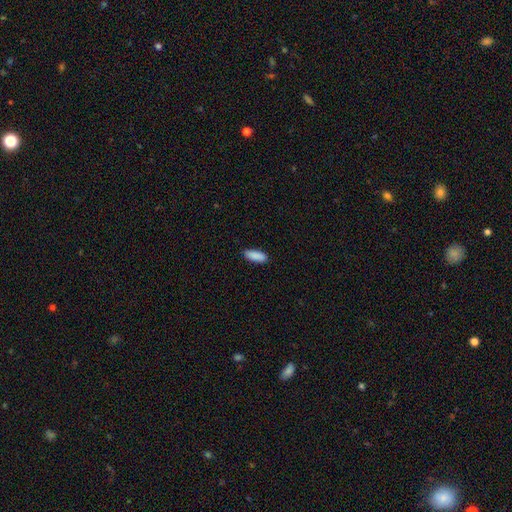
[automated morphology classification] smooth_or_featured: smooth (p=0.90) [alt: star or artifact p=0.06]
how_rounded: in between (p=0.69) [alt: cigar-shaped p=0.29]
merging: none (p=0.88) [alt: minor disturbance p=0.10]